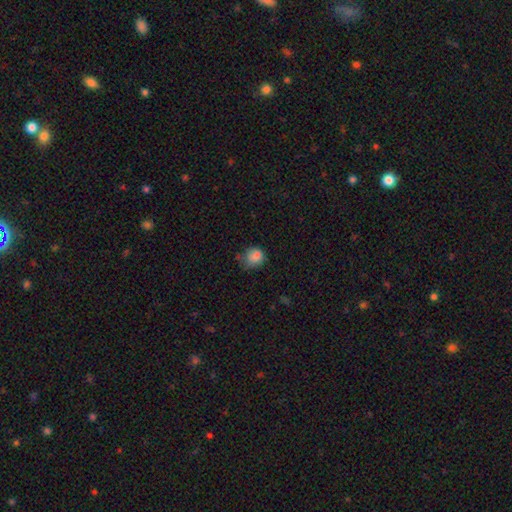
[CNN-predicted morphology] type=smooth (83%); roundness=round (74%); merging=none (52%).